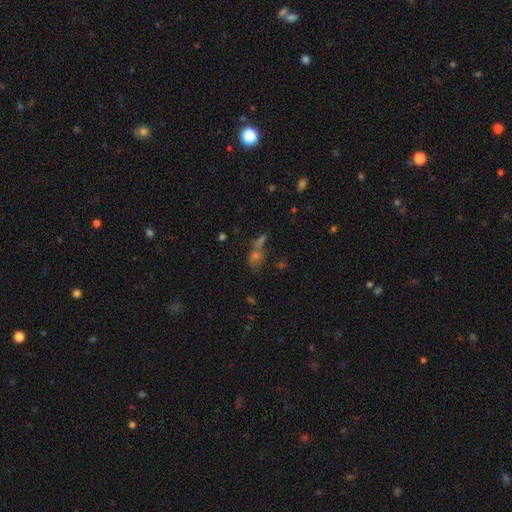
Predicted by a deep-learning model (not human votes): A smooth galaxy with no disk features (48%). Merging: none (44%).